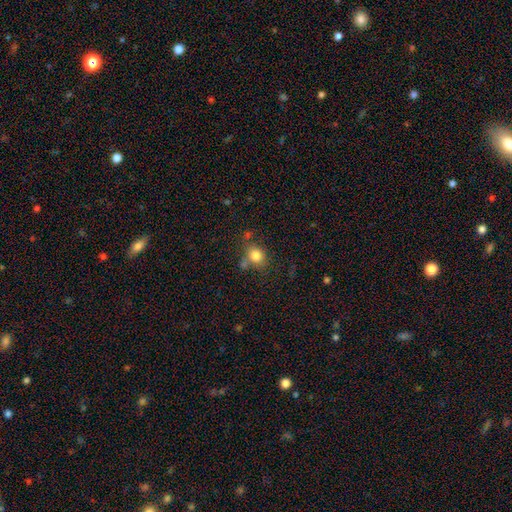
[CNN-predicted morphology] This appears to be a smooth galaxy with no disk features (81%) that is round (65%). Merging: none (64%).